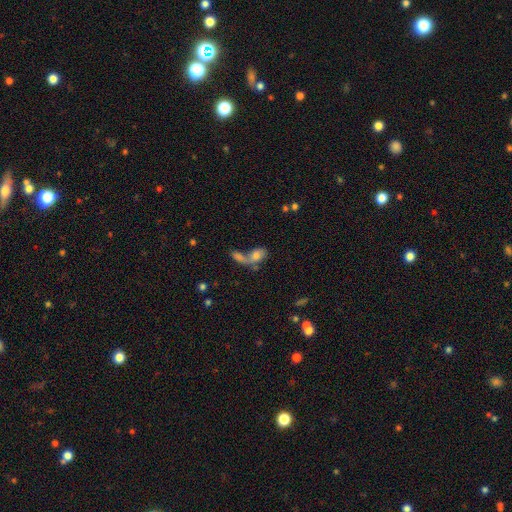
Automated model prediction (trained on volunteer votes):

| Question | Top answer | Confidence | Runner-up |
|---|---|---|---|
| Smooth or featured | smooth | 67% | featured or disk (22%) |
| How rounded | in between | 79% | round (15%) |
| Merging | merger | 62% | none (19%) |